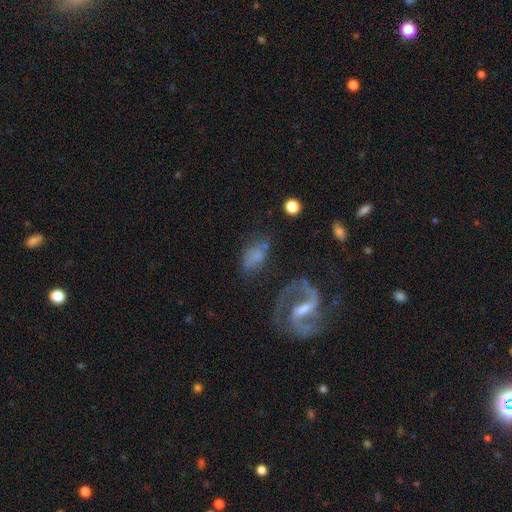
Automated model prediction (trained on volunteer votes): A featured or disk galaxy (46%).

Vote fractions:
- Smooth or featured? featured or disk: 46% / smooth: 42% / star or artifact: 12%
- Merging? none: 53% / minor disturbance: 23% / major disturbance: 16% / merger: 7%